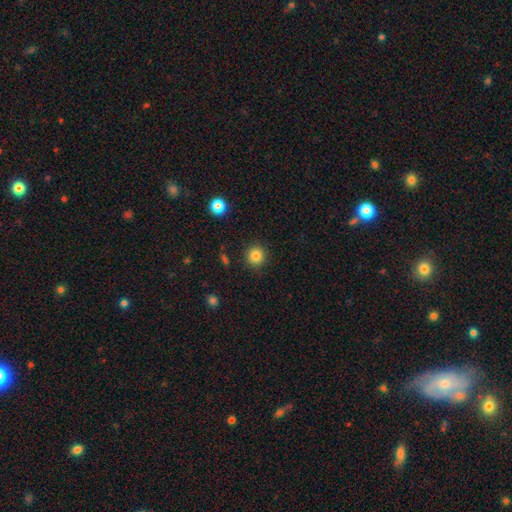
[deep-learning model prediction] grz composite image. It shows a smooth galaxy with no disk features (83%) that is round (93%). Merging: none (90%).